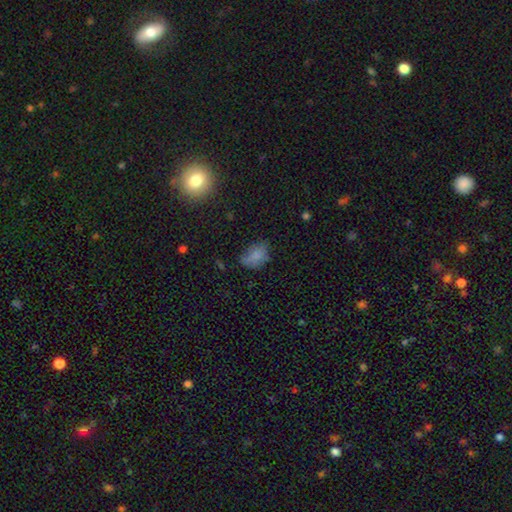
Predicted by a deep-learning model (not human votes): Morphology: type=smooth (74%); roundness=in between (84%); merging=none (51%).